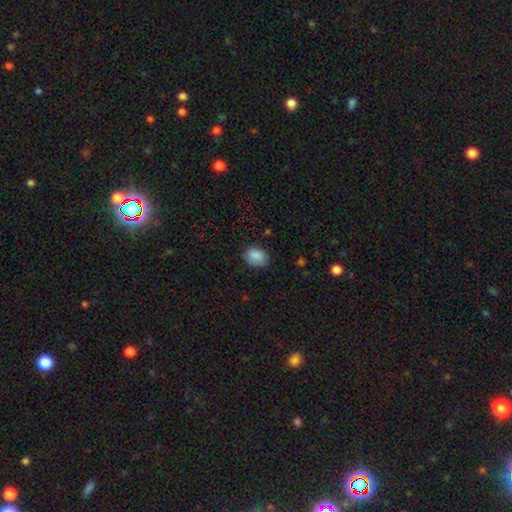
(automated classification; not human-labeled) Smooth or featured? smooth (88%)
How rounded? in between (75%)
Merging? none (76%)